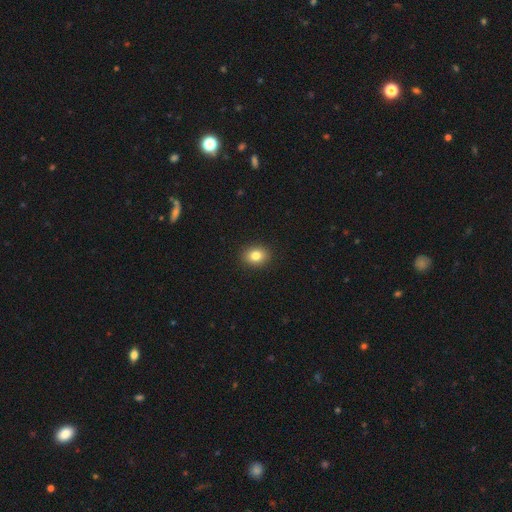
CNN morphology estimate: Smooth or featured? Predicted: smooth (p=0.82). How rounded? Predicted: round (p=0.52). Merging? Predicted: none (p=0.91).